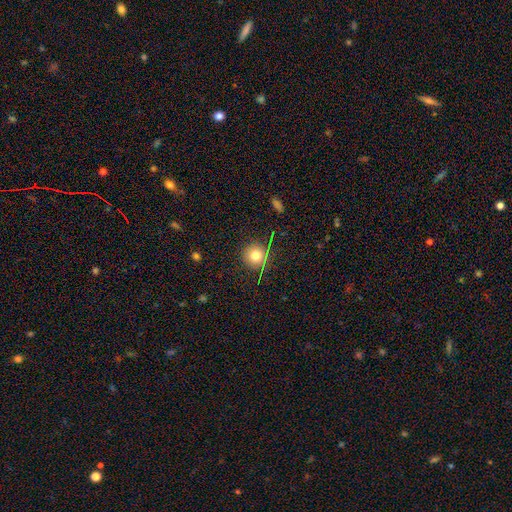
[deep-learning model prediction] Morphology: type=smooth (74%); roundness=round (95%); merging=none (85%).